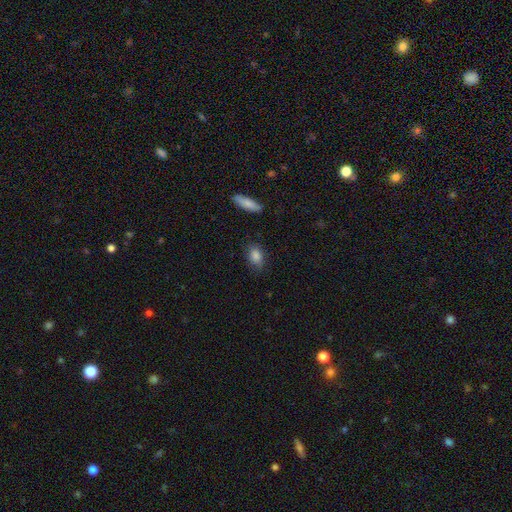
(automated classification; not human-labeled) The model was most divided on "merging": none: 80%, minor disturbance: 15%, major disturbance: 3%, merger: 2%. More confident: smooth or featured — smooth (86%); how rounded — in between (82%).